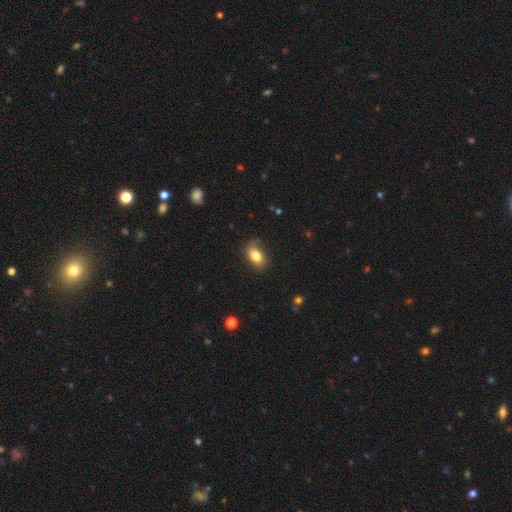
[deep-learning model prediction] smooth_or_featured: smooth (p=0.82) [alt: featured or disk p=0.10]
how_rounded: in between (p=0.87) [alt: round p=0.11]
merging: none (p=0.79) [alt: minor disturbance p=0.16]